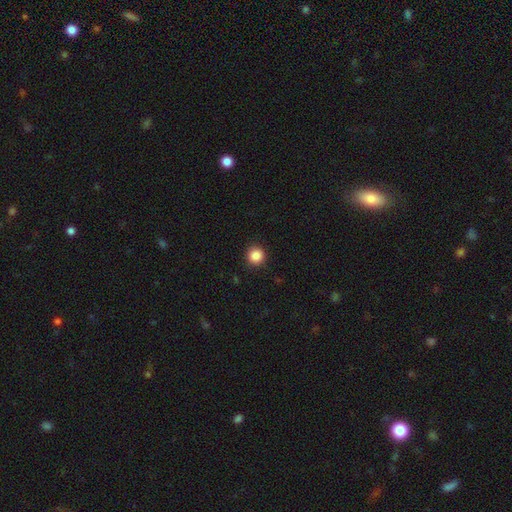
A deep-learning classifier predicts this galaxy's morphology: smooth-or-featured: smooth: 87% | star or artifact: 10% | featured or disk: 3%
  how-rounded: round: 95% | in between: 4% | cigar-shaped: 1%
  merging: none: 92% | minor disturbance: 5% | major disturbance: 2% | merger: 1%